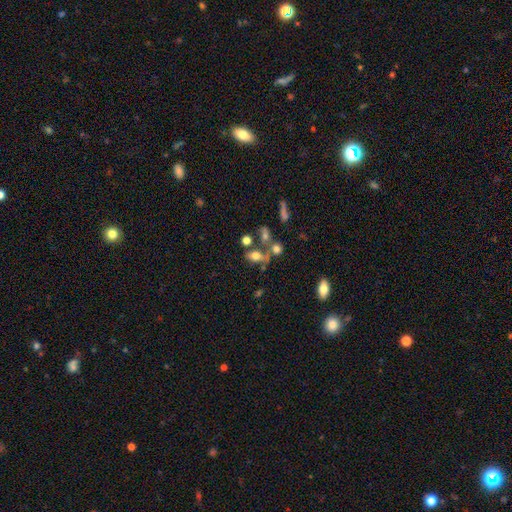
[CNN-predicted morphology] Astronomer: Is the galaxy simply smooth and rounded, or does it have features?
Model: smooth — 63%.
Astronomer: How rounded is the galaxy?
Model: in between — 74%.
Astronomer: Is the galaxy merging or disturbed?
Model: none — 45% (runner-up: merger, 30%).